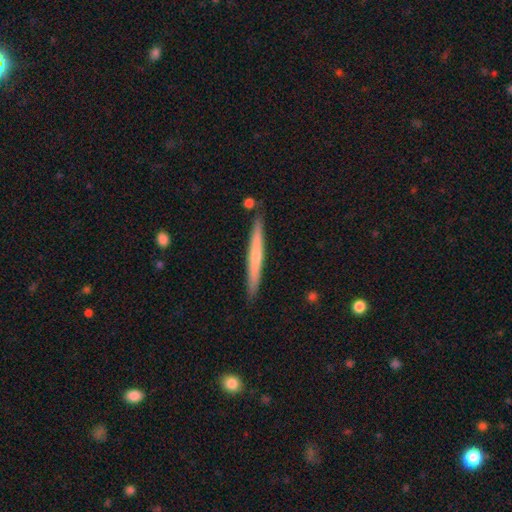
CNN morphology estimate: A smooth galaxy with no disk features (51%) that is cigar-shaped (97%).

Vote fractions:
- Smooth or featured? smooth: 51% / featured or disk: 44% / star or artifact: 5%
- How rounded? cigar-shaped: 97% / in between: 2% / round: 1%
- Merging? none: 89% / minor disturbance: 7% / merger: 2% / major disturbance: 1%